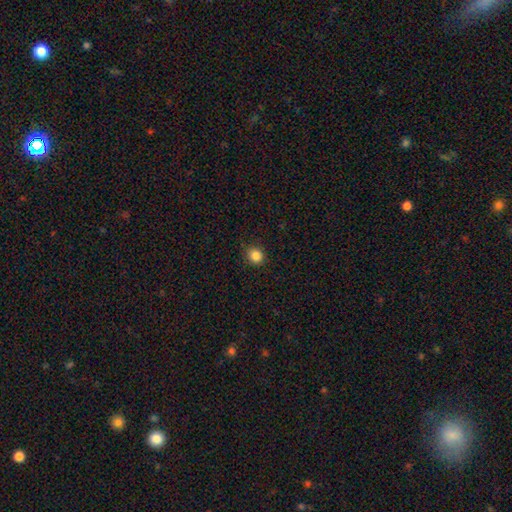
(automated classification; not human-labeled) Smooth or featured? Predicted: smooth (p=0.85). How rounded? Predicted: round (p=0.88). Merging? Predicted: none (p=0.89).